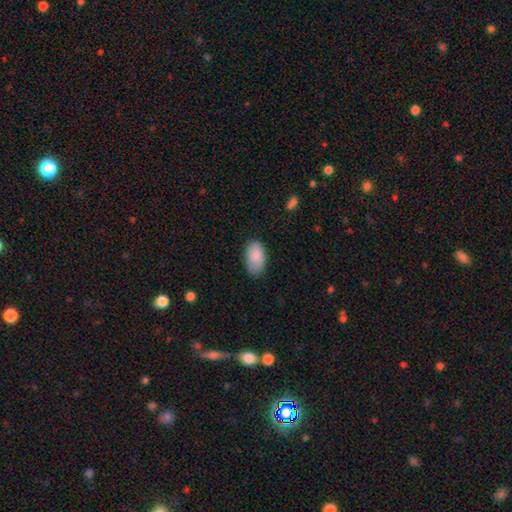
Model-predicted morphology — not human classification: smooth_or_featured: smooth (p=0.87) [alt: featured or disk p=0.07]
how_rounded: in between (p=0.94) [alt: round p=0.04]
merging: none (p=0.77) [alt: minor disturbance p=0.19]